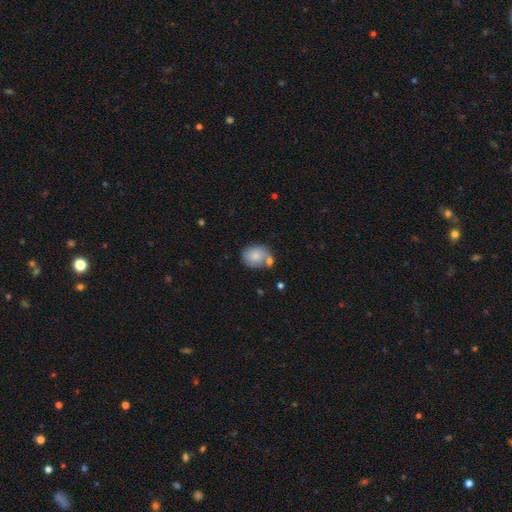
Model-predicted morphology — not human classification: A smooth galaxy with no disk features (78%) that is round (54%). Merging: none (49%).